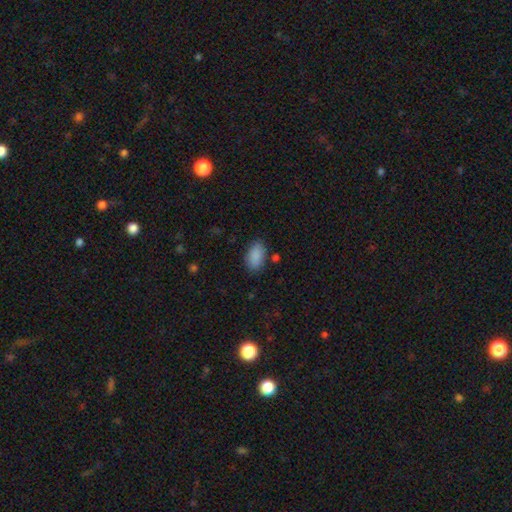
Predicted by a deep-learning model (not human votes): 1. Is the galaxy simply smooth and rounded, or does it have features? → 89% smooth, 7% star or artifact, 4% featured or disk.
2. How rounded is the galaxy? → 93% in between, 5% round, 2% cigar-shaped.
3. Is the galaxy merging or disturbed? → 82% none, 12% minor disturbance, 3% major disturbance, 3% merger.